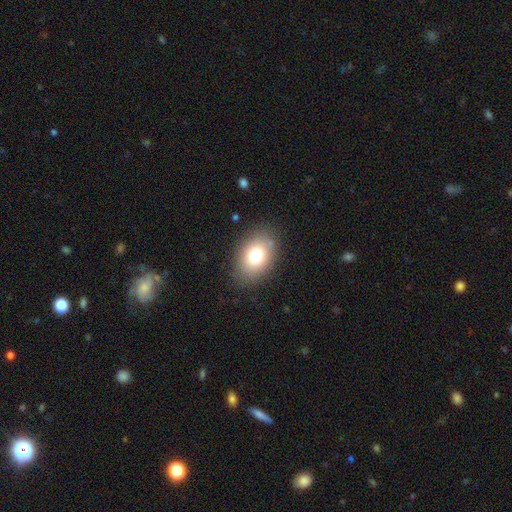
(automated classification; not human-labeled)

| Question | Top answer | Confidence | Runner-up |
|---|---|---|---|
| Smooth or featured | smooth | 77% | featured or disk (13%) |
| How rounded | in between | 79% | round (20%) |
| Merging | none | 83% | minor disturbance (12%) |